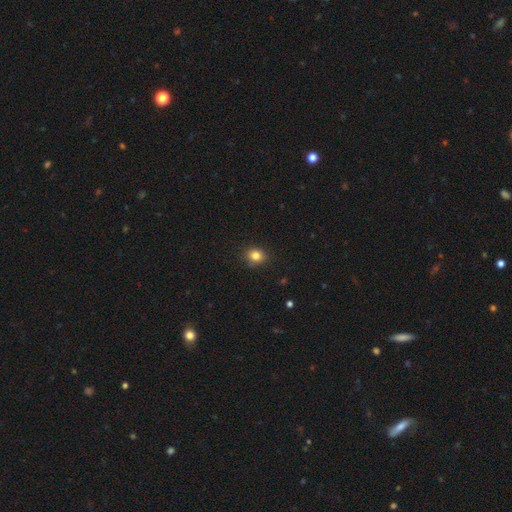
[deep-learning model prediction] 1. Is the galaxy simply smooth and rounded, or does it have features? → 82% smooth, 12% star or artifact, 6% featured or disk.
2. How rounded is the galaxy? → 63% round, 36% in between, 1% cigar-shaped.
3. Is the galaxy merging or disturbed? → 86% none, 10% minor disturbance, 2% major disturbance, 1% merger.